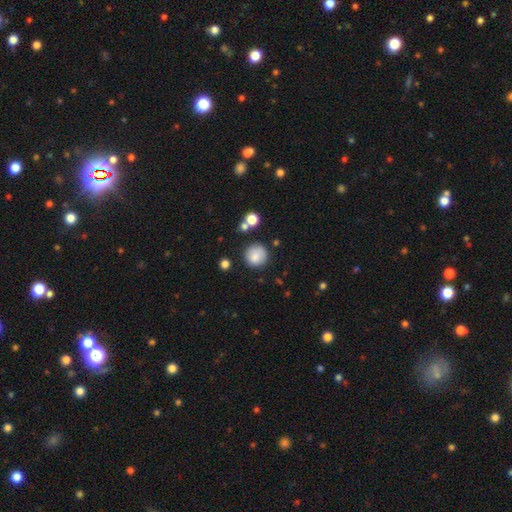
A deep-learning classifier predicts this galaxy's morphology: A smooth galaxy with no disk features (83%) that is round (93%).

Vote fractions:
- Smooth or featured? smooth: 83% / star or artifact: 10% / featured or disk: 7%
- How rounded? round: 93% / in between: 6% / cigar-shaped: 1%
- Merging? none: 82% / minor disturbance: 10% / merger: 4% / major disturbance: 3%